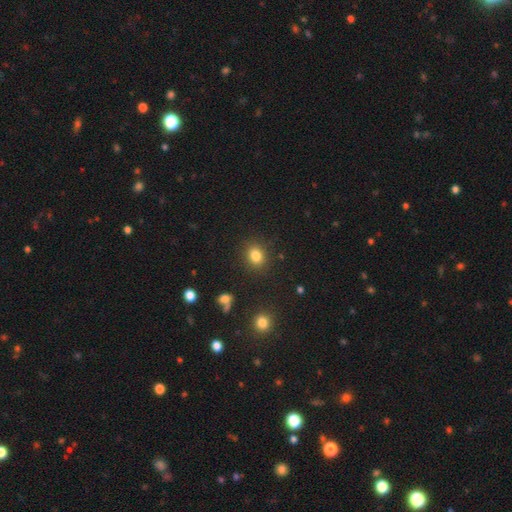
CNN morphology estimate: smooth 83%, star or artifact 12%, featured or disk 6%. Down the decision tree: how rounded — round (56%); merging — none (87%).